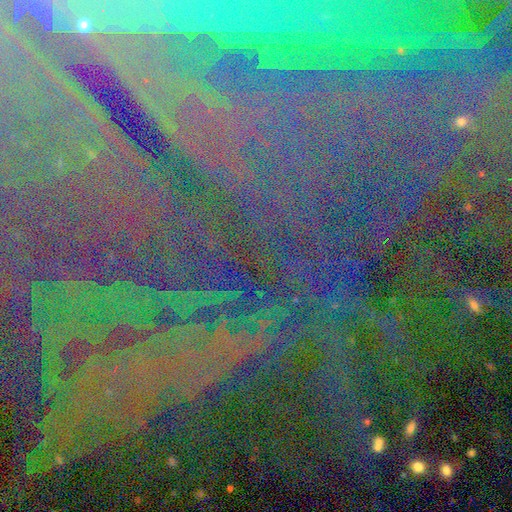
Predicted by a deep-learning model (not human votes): Overall: star or artifact (85%).